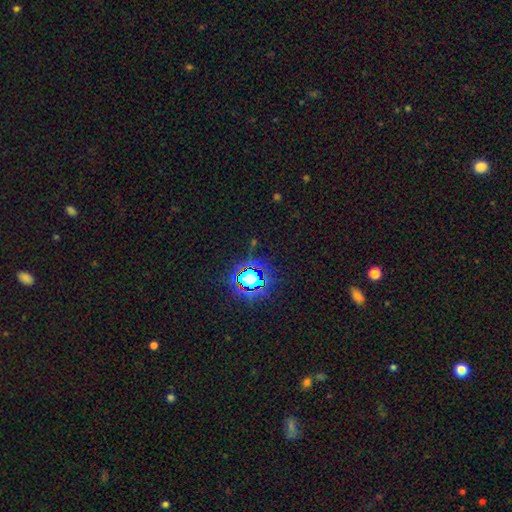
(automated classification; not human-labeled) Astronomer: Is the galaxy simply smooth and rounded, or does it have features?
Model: star or artifact — 79%.